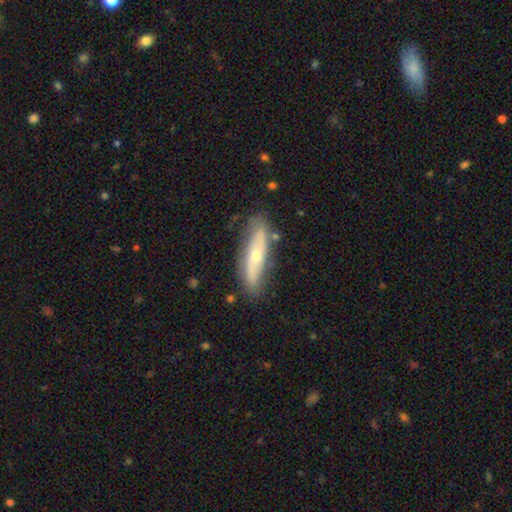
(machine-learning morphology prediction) Smooth or featured?
  - featured or disk: 54% *
  - smooth: 40%
  - star or artifact: 6%
Edge-on disk?
  - yes: 51% *
  - no: 49%
Merging?
  - none: 77% *
  - minor disturbance: 16%
  - major disturbance: 4%
  - merger: 3%